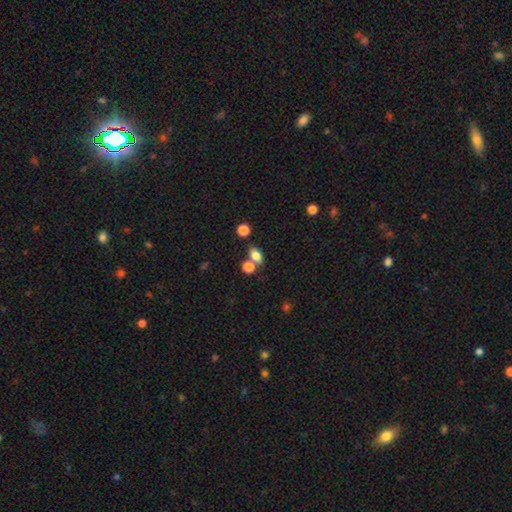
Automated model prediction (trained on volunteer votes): A smooth galaxy with no disk features (79%) that is in between round and cigar-shaped (76%).

Vote fractions:
- Smooth or featured? smooth: 79% / star or artifact: 12% / featured or disk: 9%
- How rounded? in between: 76% / round: 21% / cigar-shaped: 3%
- Merging? none: 55% / merger: 29% / minor disturbance: 11% / major disturbance: 5%